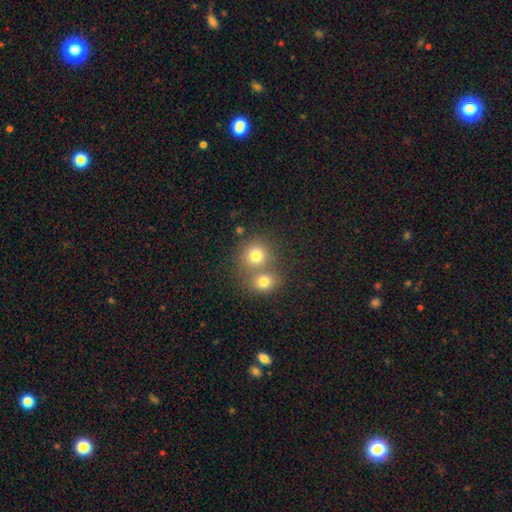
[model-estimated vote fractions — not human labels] A smooth galaxy with no disk features (75%) that is round (85%). Merging: none (47%).